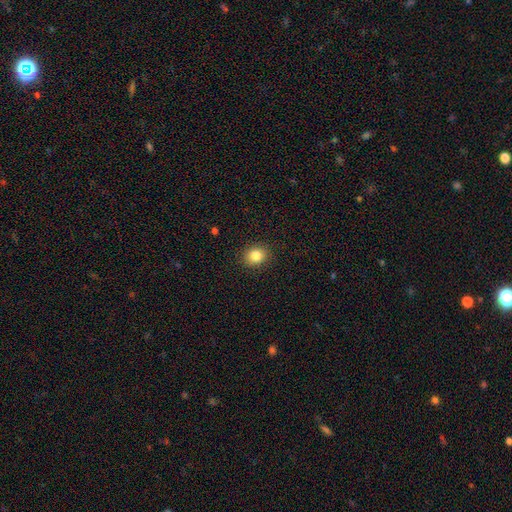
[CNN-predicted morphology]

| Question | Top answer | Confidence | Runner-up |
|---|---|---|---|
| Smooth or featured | smooth | 84% | star or artifact (10%) |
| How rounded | round | 67% | in between (32%) |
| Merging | none | 90% | minor disturbance (7%) |